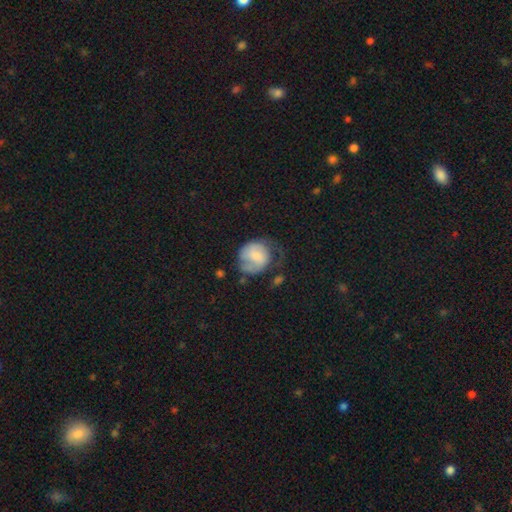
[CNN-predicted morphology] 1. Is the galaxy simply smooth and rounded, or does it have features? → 50% smooth, 43% featured or disk, 7% star or artifact.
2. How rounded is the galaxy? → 73% round, 26% in between, 1% cigar-shaped.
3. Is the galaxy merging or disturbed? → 36% none, 32% major disturbance, 28% minor disturbance, 4% merger.